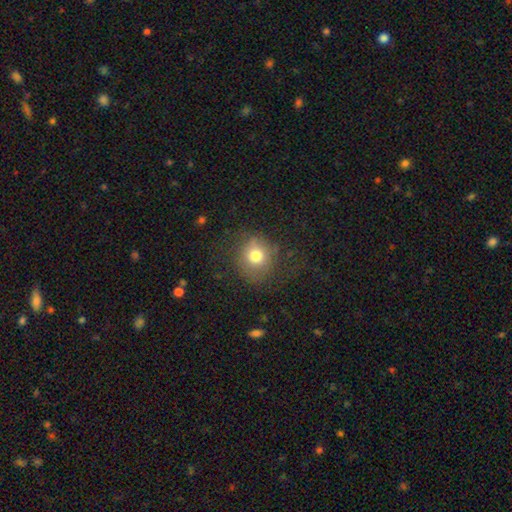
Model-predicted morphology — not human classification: smooth_or_featured: smooth (p=0.75) [alt: star or artifact p=0.13]
how_rounded: round (p=0.84) [alt: in between p=0.15]
merging: none (p=0.72) [alt: minor disturbance p=0.16]